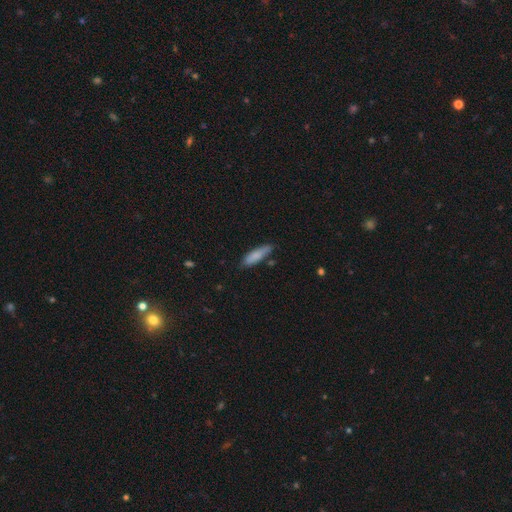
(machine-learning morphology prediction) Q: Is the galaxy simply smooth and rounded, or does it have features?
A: smooth — 83%.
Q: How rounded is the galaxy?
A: cigar-shaped — 63%.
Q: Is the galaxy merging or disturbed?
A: none — 73%.